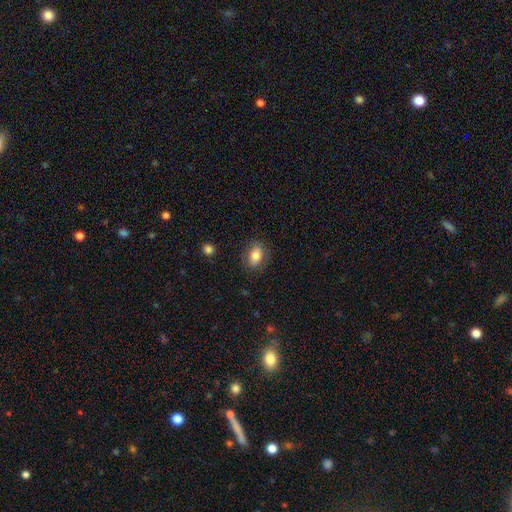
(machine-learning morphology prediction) smooth 80%, featured or disk 13%, star or artifact 8%. Down the decision tree: how rounded — in between (84%); merging — none (80%).